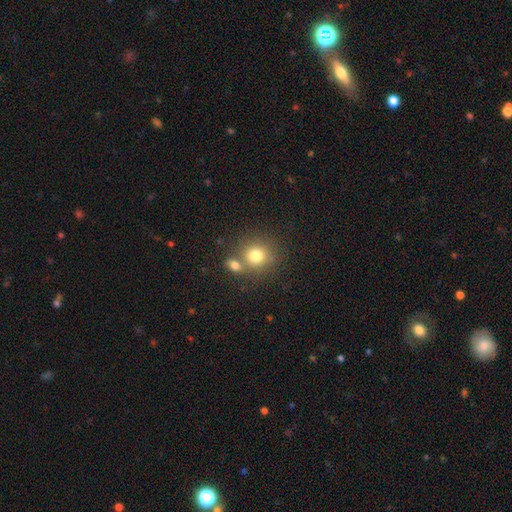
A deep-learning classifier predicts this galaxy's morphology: This is likely a smooth galaxy (78%). How rounded: clearly round (83%). Merging: possibly none (56%).